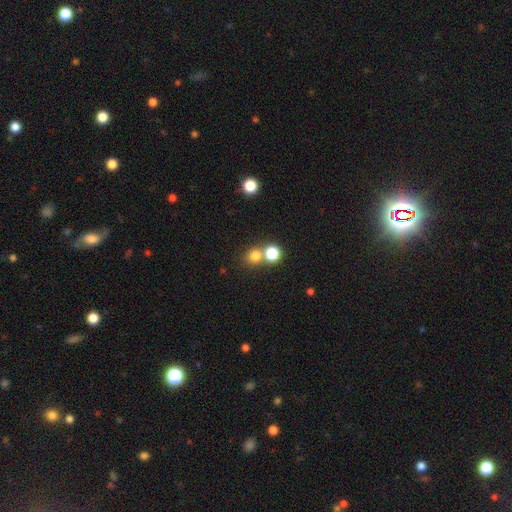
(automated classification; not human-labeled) Smooth or featured: smooth — 76% (star or artifact — 16%)
How rounded: round — 85% (in between — 14%)
Merging: none — 55% (merger — 36%)